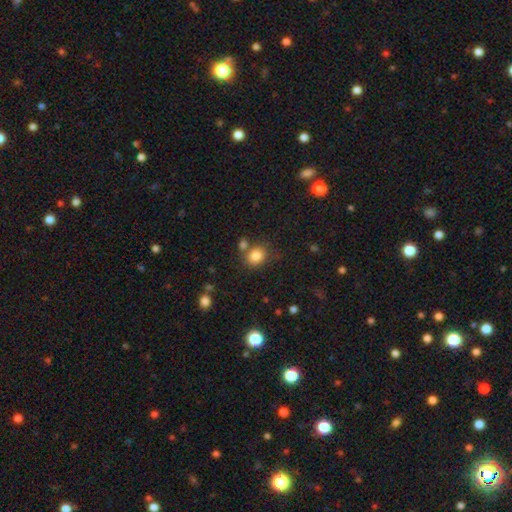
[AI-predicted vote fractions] smooth-or-featured: smooth: 83% | star or artifact: 11% | featured or disk: 6%
  how-rounded: round: 62% | in between: 37% | cigar-shaped: 1%
  merging: none: 64% | merger: 17% | minor disturbance: 14% | major disturbance: 5%